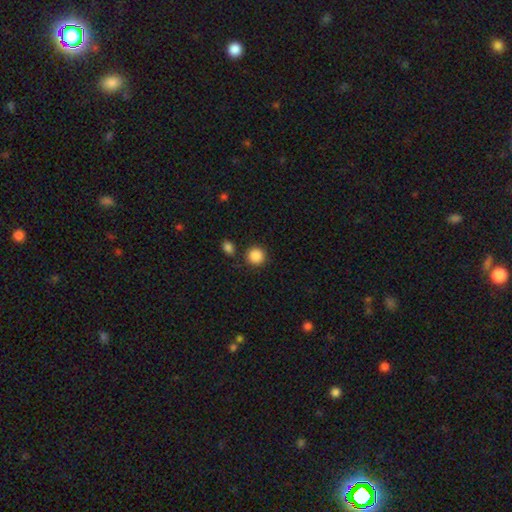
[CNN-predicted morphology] Overall: smooth (88%). How rounded: round (93%). Merging: none (85%).